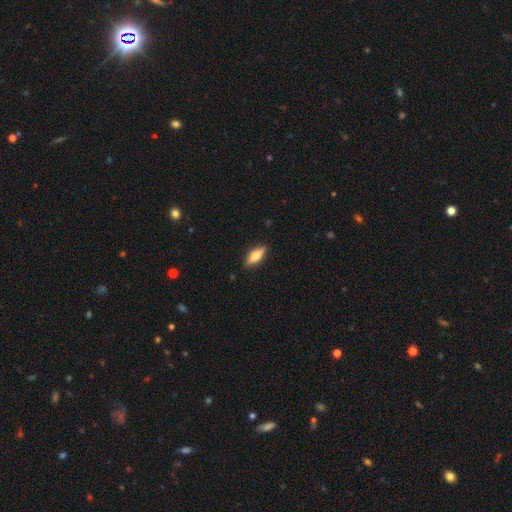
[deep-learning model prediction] smooth_or_featured: smooth (p=0.63) [alt: featured or disk p=0.30]
how_rounded: in between (p=0.66) [alt: cigar-shaped p=0.31]
merging: none (p=0.87) [alt: minor disturbance p=0.10]